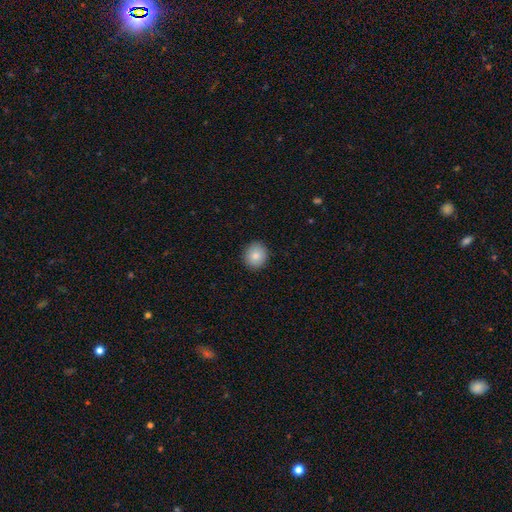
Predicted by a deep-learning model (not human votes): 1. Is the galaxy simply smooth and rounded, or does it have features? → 85% smooth, 8% star or artifact, 7% featured or disk.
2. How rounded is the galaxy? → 80% round, 19% in between, 1% cigar-shaped.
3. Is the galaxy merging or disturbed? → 91% none, 6% minor disturbance, 2% major disturbance, 1% merger.